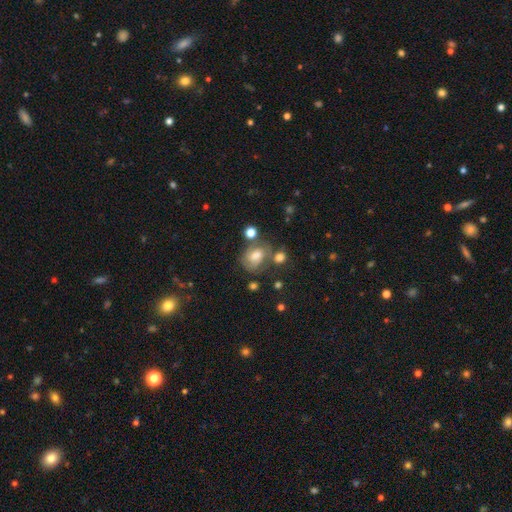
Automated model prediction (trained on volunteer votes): Smooth or featured?
  - smooth: 48% *
  - featured or disk: 38%
  - star or artifact: 14%
Merging?
  - none: 49% *
  - minor disturbance: 22%
  - merger: 15%
  - major disturbance: 13%